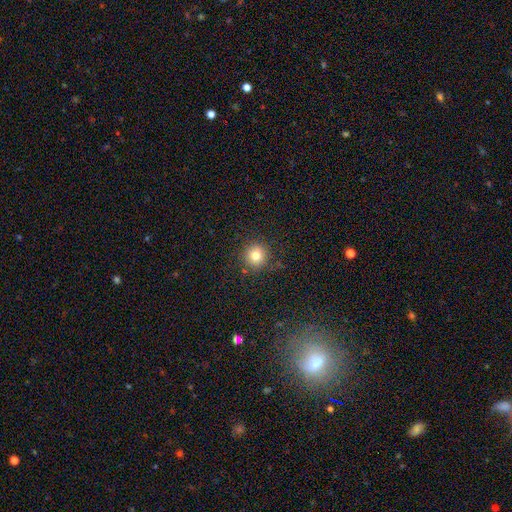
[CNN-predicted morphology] smooth-or-featured: smooth: 79% | star or artifact: 13% | featured or disk: 8%
  how-rounded: round: 93% | in between: 6% | cigar-shaped: 1%
  merging: none: 87% | minor disturbance: 8% | major disturbance: 3% | merger: 2%